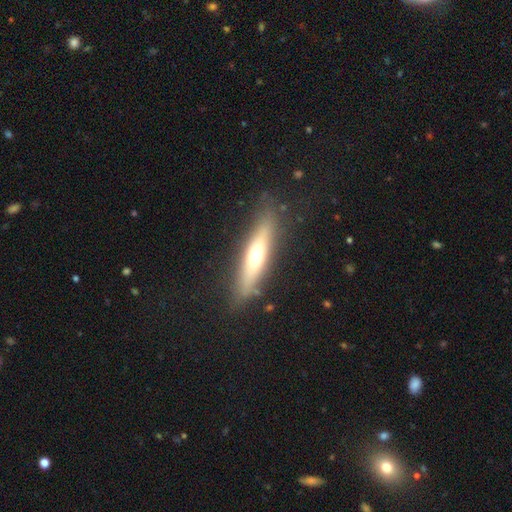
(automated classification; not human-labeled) The model was most divided on "smooth or featured": smooth: 47%, featured or disk: 46%, star or artifact: 7%. More confident: merging — none (84%).